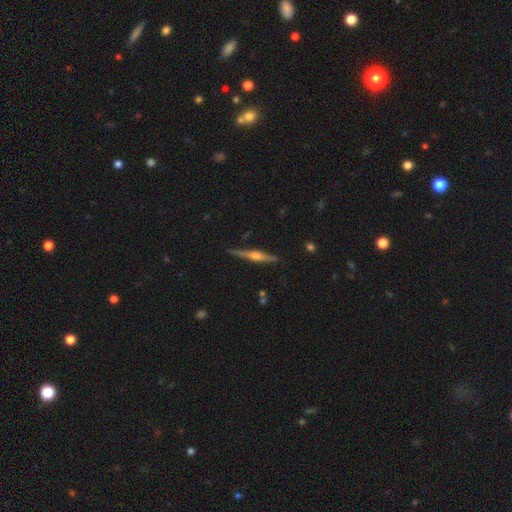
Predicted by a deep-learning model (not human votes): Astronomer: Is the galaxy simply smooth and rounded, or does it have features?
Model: featured or disk — 79%.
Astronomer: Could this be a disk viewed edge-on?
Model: yes — 98%.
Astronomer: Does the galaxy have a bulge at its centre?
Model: rounded — 86%.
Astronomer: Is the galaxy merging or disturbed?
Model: none — 89%.